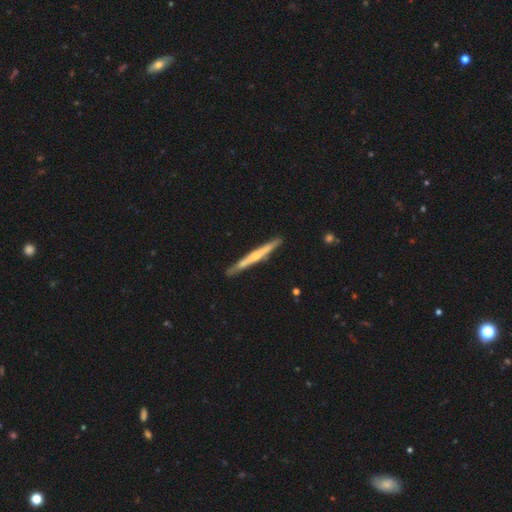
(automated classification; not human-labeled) smooth_or_featured: featured or disk (p=0.64) [alt: smooth p=0.31]
disk_edge_on: yes (p=0.97) [alt: no p=0.03]
edge_on_bulge: rounded (p=0.52) [alt: none p=0.40]
merging: none (p=0.88) [alt: minor disturbance p=0.09]